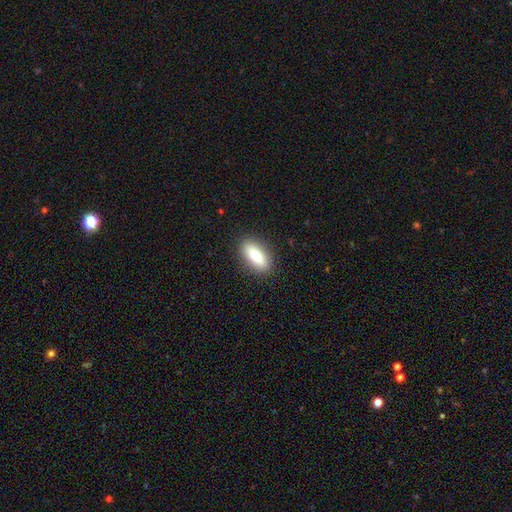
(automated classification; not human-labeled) A smooth galaxy with no disk features (83%) that is in between round and cigar-shaped (72%). Merging: none (88%).